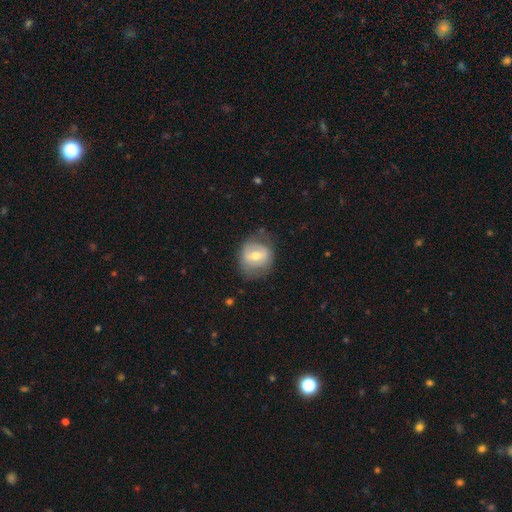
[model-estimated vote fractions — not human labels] Morphology: type=smooth (50%); roundness=round (77%); merging=none (67%).